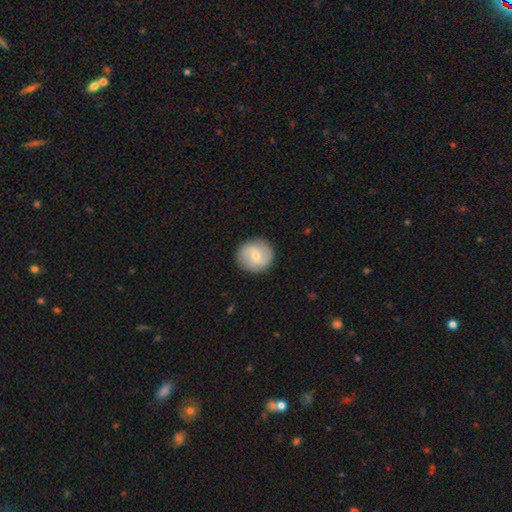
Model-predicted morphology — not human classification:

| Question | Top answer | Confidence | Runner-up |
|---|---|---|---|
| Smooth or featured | smooth | 49% | featured or disk (45%) |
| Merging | none | 89% | minor disturbance (8%) |